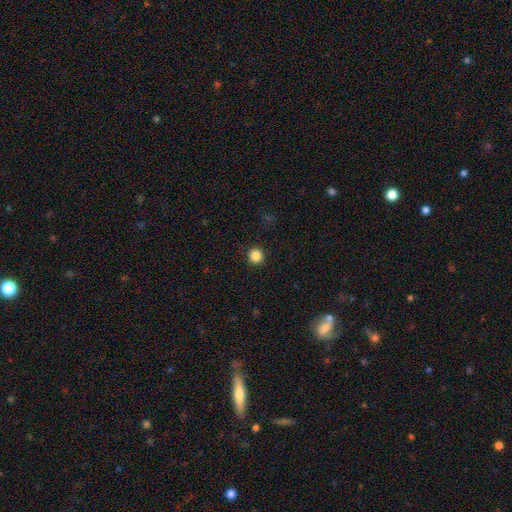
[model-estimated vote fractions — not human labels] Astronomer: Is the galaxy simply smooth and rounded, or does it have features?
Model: smooth — 86%.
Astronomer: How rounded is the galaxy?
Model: round — 95%.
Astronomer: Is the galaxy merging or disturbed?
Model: none — 92%.